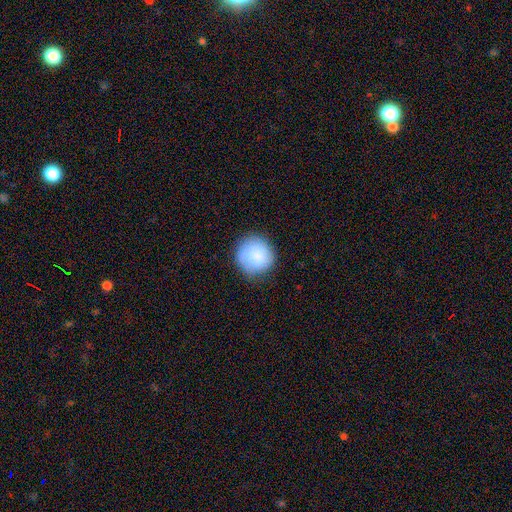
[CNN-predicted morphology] Smooth or featured? smooth (84%)
How rounded? round (92%)
Merging? none (78%)